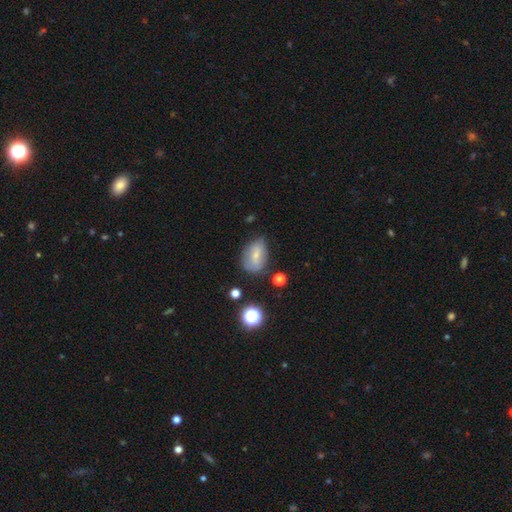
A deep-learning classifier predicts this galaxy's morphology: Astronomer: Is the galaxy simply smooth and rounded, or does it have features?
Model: smooth — 66%.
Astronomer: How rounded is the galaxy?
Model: in between — 80%.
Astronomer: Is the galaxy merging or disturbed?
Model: none — 61%.